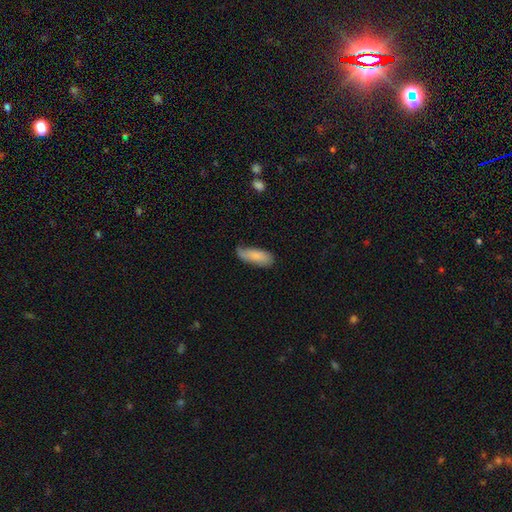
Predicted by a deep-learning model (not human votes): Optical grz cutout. It shows a smooth galaxy with no disk features (80%) that is in between round and cigar-shaped (72%). Merging: none (53%).